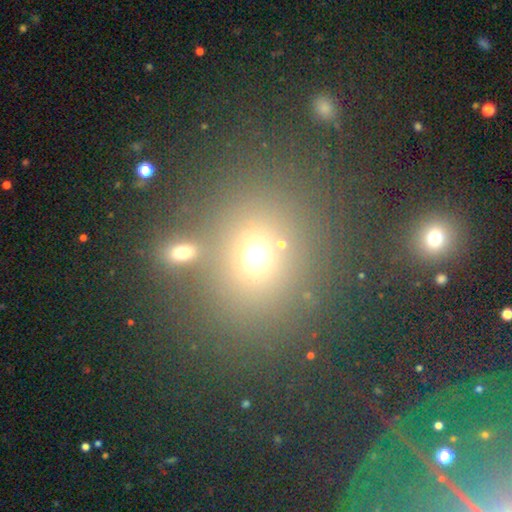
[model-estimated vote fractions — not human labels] A smooth galaxy with no disk features (67%) that is round (62%).

Vote fractions:
- Smooth or featured? smooth: 67% / star or artifact: 21% / featured or disk: 11%
- How rounded? round: 62% / in between: 37% / cigar-shaped: 2%
- Merging? none: 56% / merger: 29% / minor disturbance: 10% / major disturbance: 6%